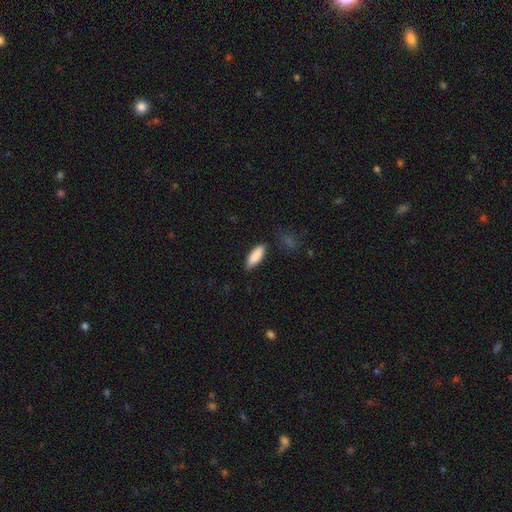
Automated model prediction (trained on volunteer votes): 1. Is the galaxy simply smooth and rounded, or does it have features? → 88% smooth, 6% featured or disk, 6% star or artifact.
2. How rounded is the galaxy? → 62% in between, 37% cigar-shaped, 2% round.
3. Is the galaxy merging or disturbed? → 80% none, 15% minor disturbance, 4% major disturbance, 2% merger.